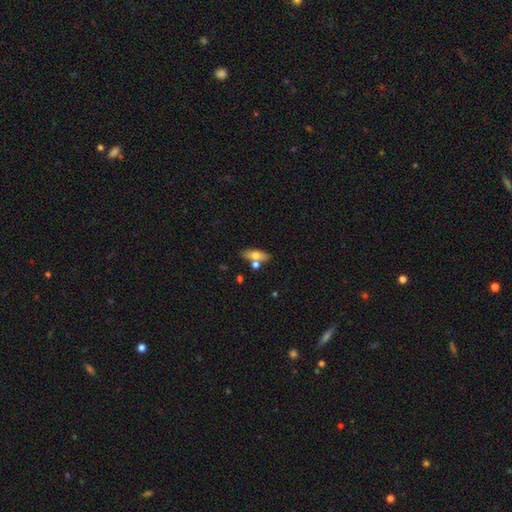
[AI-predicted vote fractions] Smooth or featured: smooth — 62% (featured or disk — 30%)
How rounded: in between — 68% (cigar-shaped — 27%)
Merging: none — 63% (merger — 21%)